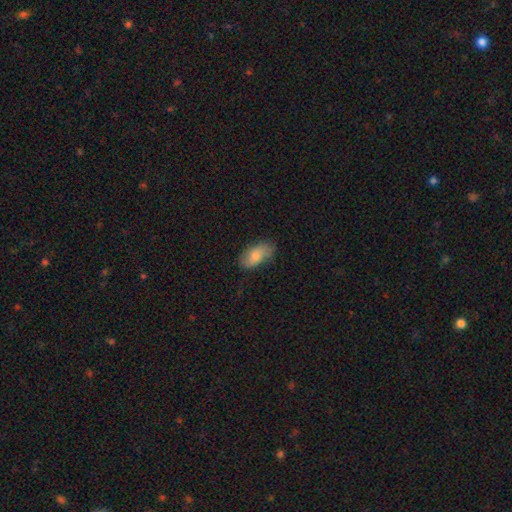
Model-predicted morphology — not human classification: A smooth galaxy with no disk features (75%) that is in between round and cigar-shaped (91%).

Vote fractions:
- Smooth or featured? smooth: 75% / featured or disk: 18% / star or artifact: 7%
- How rounded? in between: 91% / cigar-shaped: 6% / round: 3%
- Merging? none: 72% / minor disturbance: 22% / major disturbance: 4% / merger: 1%